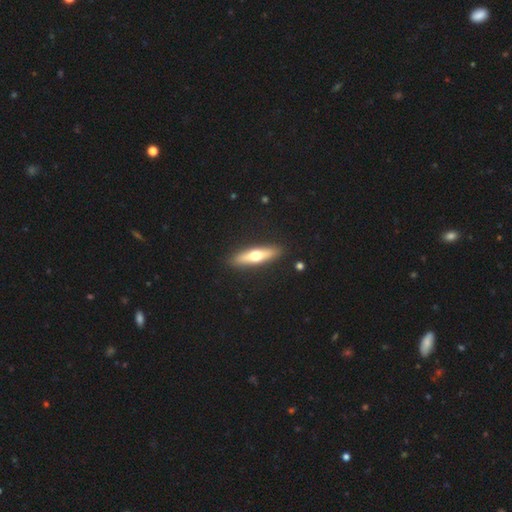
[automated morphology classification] Smooth or featured?
  - smooth: 47% * (tied)
  - featured or disk: 47% * (tied)
  - star or artifact: 5%
Merging?
  - none: 90% *
  - minor disturbance: 7%
  - major disturbance: 2%
  - merger: 1%